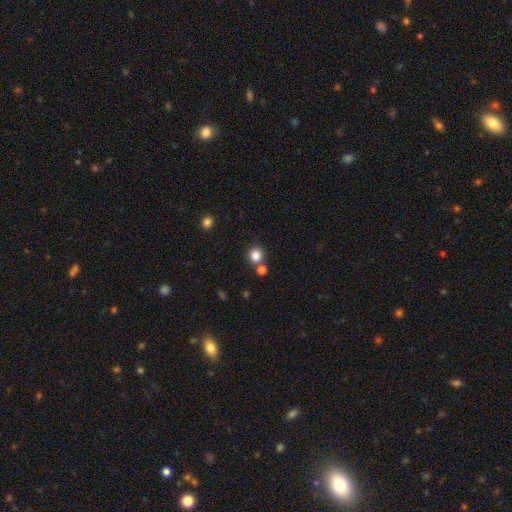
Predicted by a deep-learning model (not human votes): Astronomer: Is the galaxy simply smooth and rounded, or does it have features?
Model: smooth — 83%.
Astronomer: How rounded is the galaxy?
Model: round — 89%.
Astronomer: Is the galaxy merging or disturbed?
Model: none — 72%.